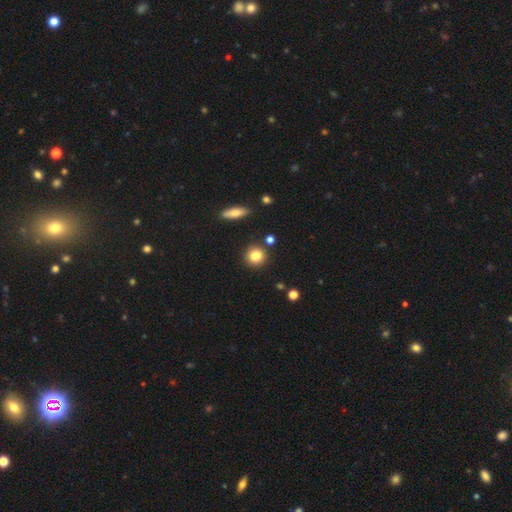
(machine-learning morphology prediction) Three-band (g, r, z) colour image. It shows a smooth galaxy with no disk features (83%) that is round (90%). Merging: none (87%).